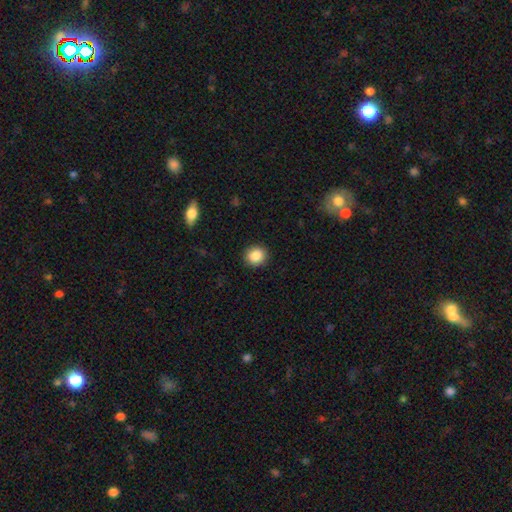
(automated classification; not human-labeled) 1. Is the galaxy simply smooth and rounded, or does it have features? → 87% smooth, 9% star or artifact, 4% featured or disk.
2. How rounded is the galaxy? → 86% round, 13% in between, 1% cigar-shaped.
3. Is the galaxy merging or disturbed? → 91% none, 6% minor disturbance, 2% major disturbance, 1% merger.